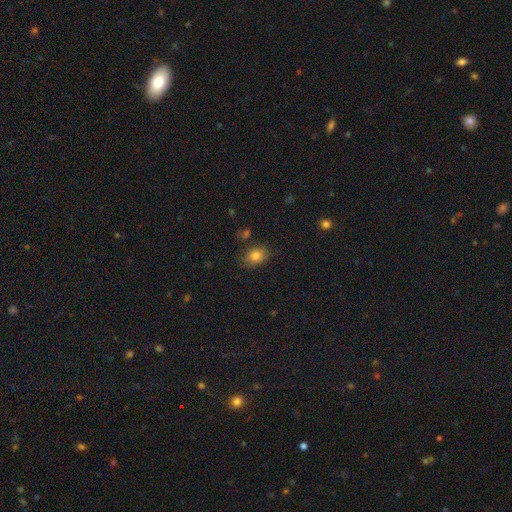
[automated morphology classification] Smooth or featured? Predicted: smooth (p=0.82). How rounded? Predicted: in between (p=0.63). Merging? Predicted: none (p=0.79).